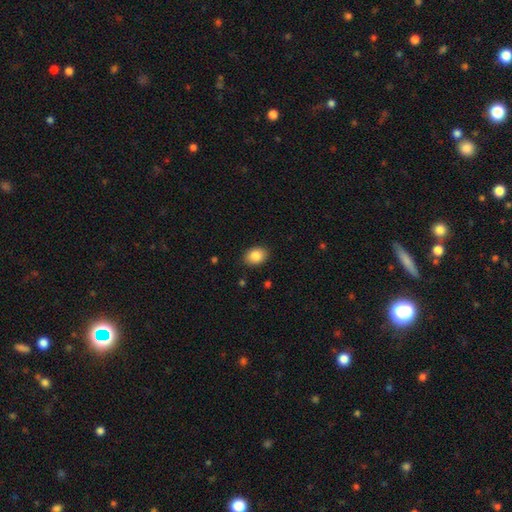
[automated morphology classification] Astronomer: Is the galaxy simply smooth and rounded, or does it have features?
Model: smooth — 87%.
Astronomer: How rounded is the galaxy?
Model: in between — 73%.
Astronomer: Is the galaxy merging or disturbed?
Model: none — 88%.